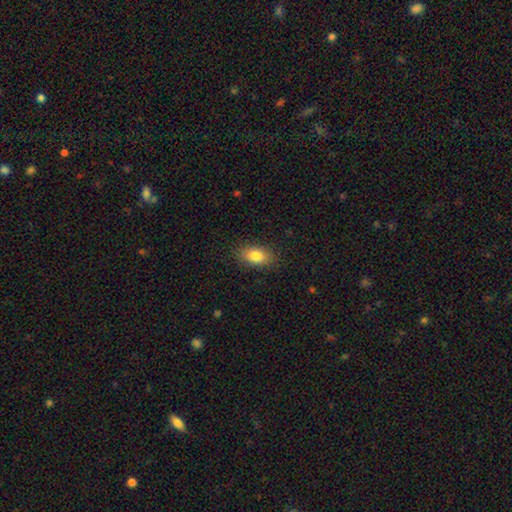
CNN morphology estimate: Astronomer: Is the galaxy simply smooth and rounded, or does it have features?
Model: smooth — 82%.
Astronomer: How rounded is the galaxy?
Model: in between — 88%.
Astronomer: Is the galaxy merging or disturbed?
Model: none — 87%.